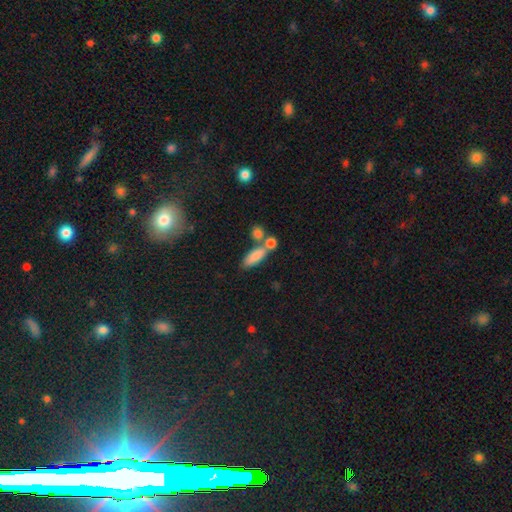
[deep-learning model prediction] Smooth or featured?
  - smooth: 81% *
  - featured or disk: 11%
  - star or artifact: 8%
How rounded?
  - in between: 65% *
  - cigar-shaped: 30%
  - round: 5%
Merging?
  - none: 48% *
  - merger: 34%
  - minor disturbance: 12%
  - major disturbance: 6%